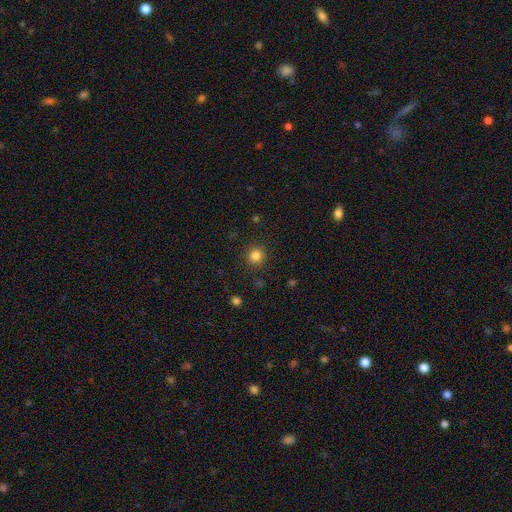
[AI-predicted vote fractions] This appears to be a smooth galaxy with no disk features (83%) that is round (92%). Merging: none (89%).